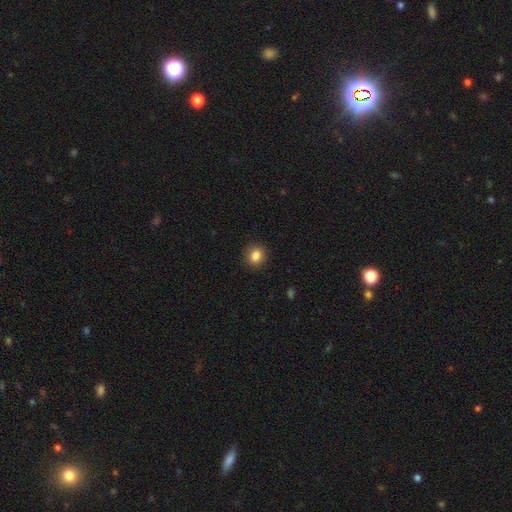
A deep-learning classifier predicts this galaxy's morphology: The model was most divided on "how rounded": round: 69%, in between: 30%, cigar-shaped: 1%. More confident: merging — none (90%); smooth or featured — smooth (85%).